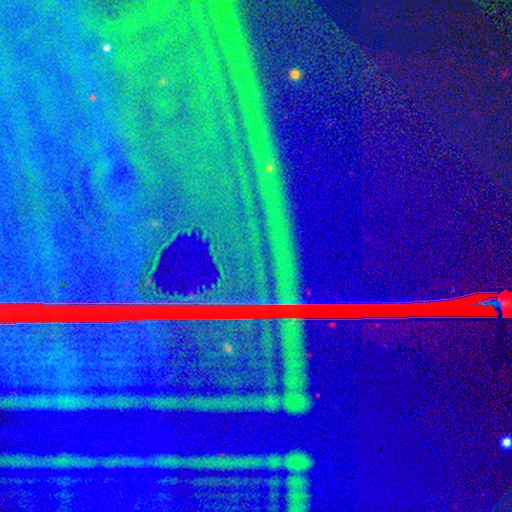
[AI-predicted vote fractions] The model was most divided on "smooth or featured": star or artifact: 89%, featured or disk: 6%, smooth: 4%.